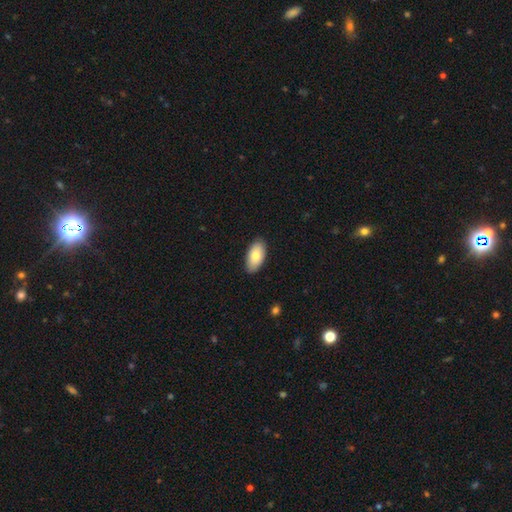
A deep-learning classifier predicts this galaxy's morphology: Smooth or featured: smooth — 77% (featured or disk — 17%)
How rounded: in between — 94% (cigar-shaped — 3%)
Merging: none — 87% (minor disturbance — 10%)